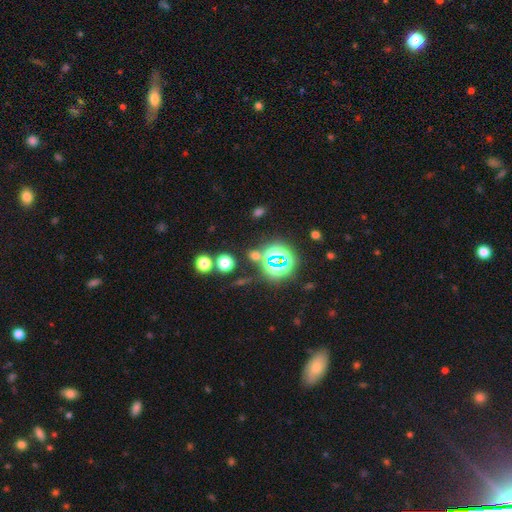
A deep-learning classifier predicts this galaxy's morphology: Smooth or featured? Predicted: star or artifact (p=0.51).